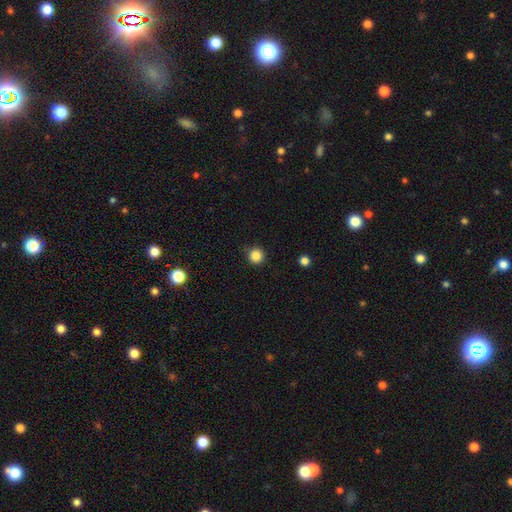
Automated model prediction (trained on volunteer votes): A smooth galaxy with no disk features (85%) that is round (96%). Merging: none (89%).